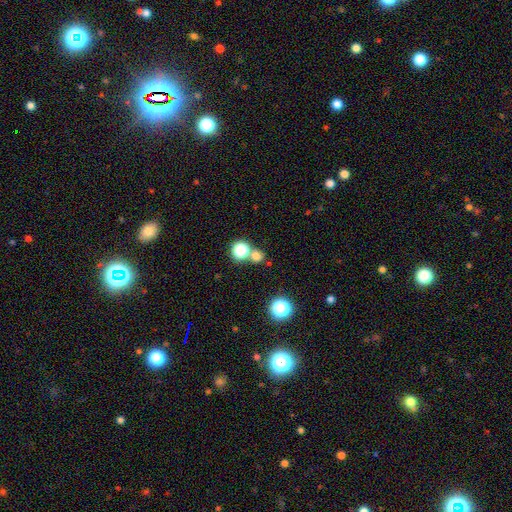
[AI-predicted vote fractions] Smooth or featured: smooth — 71% (star or artifact — 22%)
How rounded: round — 83% (in between — 16%)
Merging: none — 60% (merger — 30%)